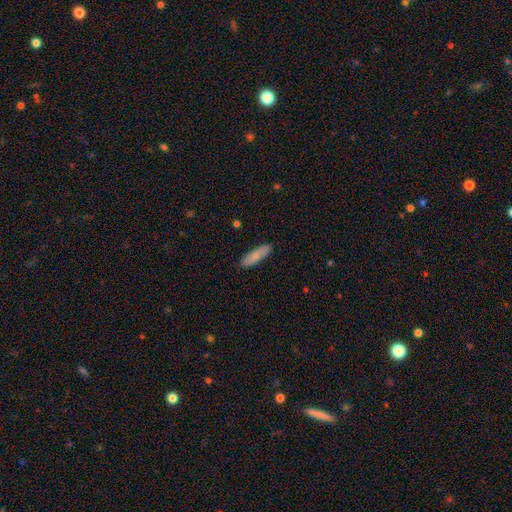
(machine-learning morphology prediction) Smooth or featured? Predicted: smooth (p=0.80). How rounded? Predicted: cigar-shaped (p=0.57). Merging? Predicted: none (p=0.87).